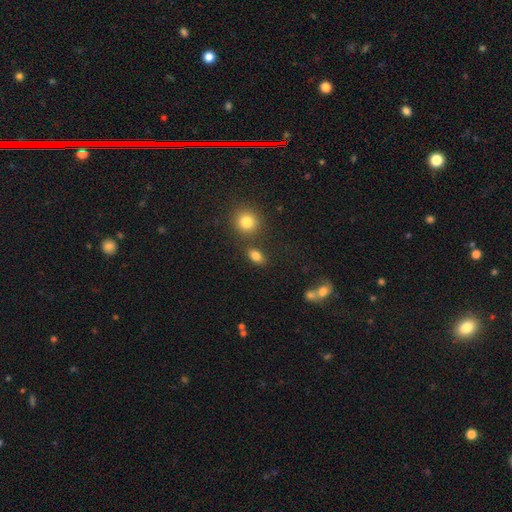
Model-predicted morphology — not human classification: Smooth or featured? smooth (82%)
How rounded? in between (80%)
Merging? none (76%)